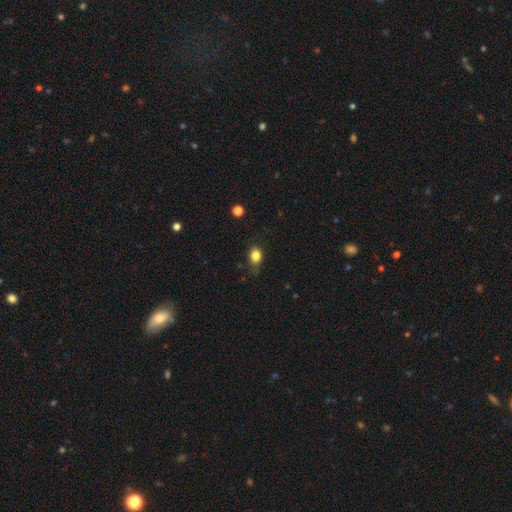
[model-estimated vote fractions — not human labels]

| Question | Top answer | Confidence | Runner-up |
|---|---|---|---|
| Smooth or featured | smooth | 83% | star or artifact (11%) |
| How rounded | in between | 56% | round (43%) |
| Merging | none | 72% | minor disturbance (21%) |